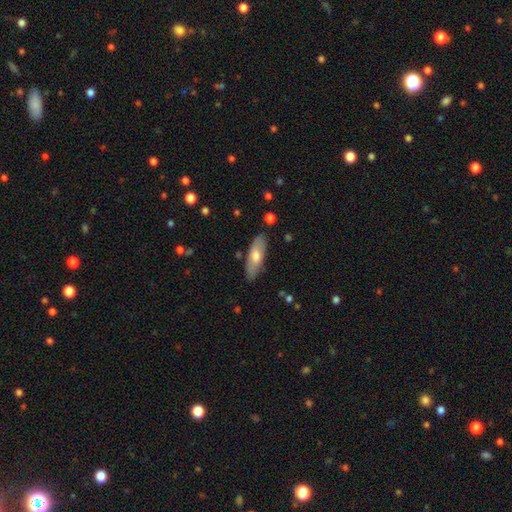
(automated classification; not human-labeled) A smooth galaxy with no disk features (61%) that is in between round and cigar-shaped (65%).

Vote fractions:
- Smooth or featured? smooth: 61% / featured or disk: 33% / star or artifact: 6%
- How rounded? in between: 65% / cigar-shaped: 33% / round: 2%
- Merging? none: 83% / minor disturbance: 13% / major disturbance: 2% / merger: 2%